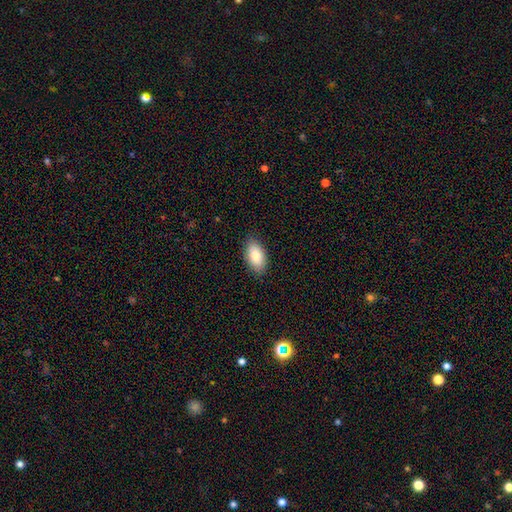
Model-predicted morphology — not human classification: type=smooth (84%); roundness=in between (94%); merging=none (87%).